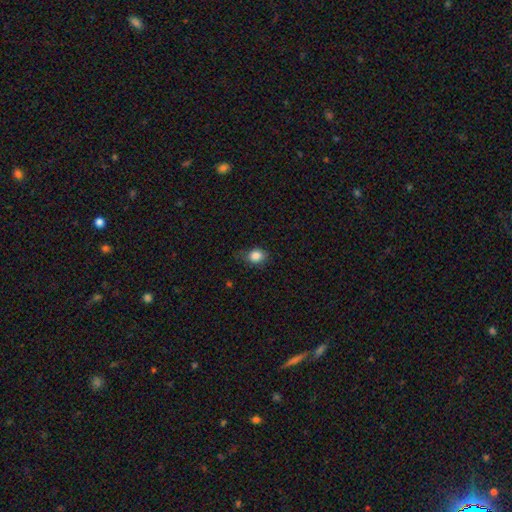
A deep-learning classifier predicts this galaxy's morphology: Q: Smooth or featured?
A: smooth (85%); runner-up: star or artifact (10%)
Q: How rounded?
A: round (57%); runner-up: in between (42%)
Q: Merging?
A: none (66%); runner-up: minor disturbance (26%)